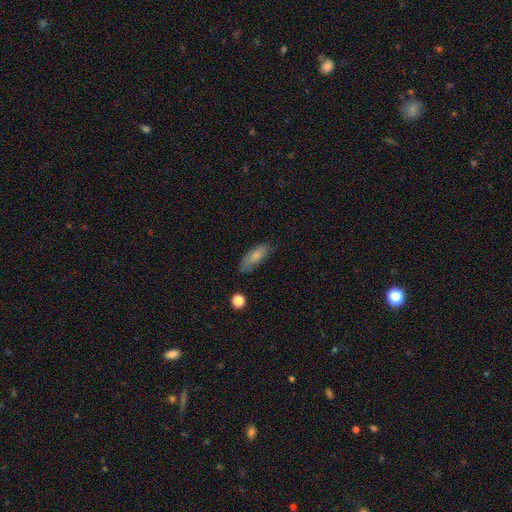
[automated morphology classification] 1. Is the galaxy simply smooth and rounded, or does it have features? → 75% smooth, 17% featured or disk, 8% star or artifact.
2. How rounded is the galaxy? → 67% in between, 30% cigar-shaped, 3% round.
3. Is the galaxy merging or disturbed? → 68% none, 24% minor disturbance, 6% major disturbance, 2% merger.